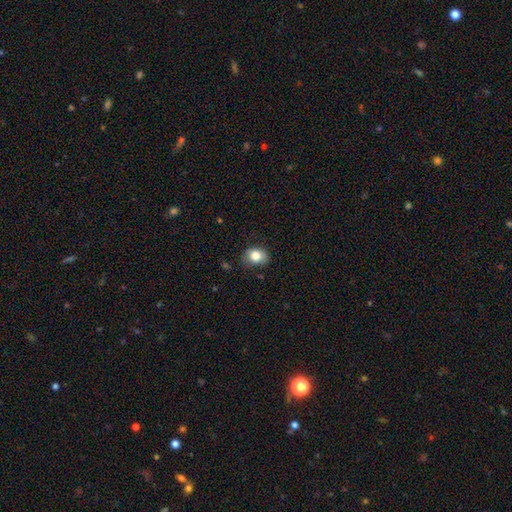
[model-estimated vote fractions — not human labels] smooth 80%, featured or disk 10%, star or artifact 9%. Down the decision tree: how rounded — in between (52%); merging — none (66%).